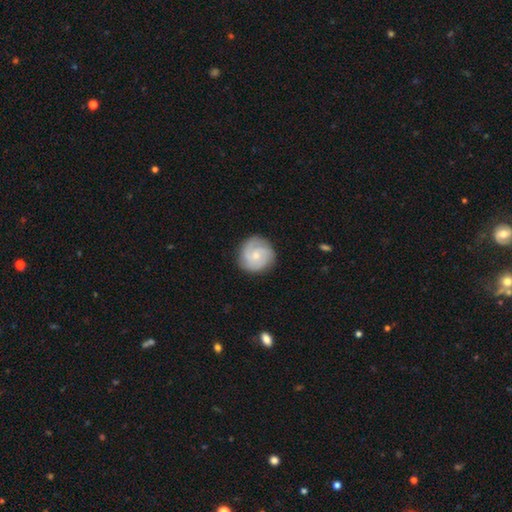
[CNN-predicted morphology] type=featured or disk (70%); edge-on=no (98%); bar=no (68%); spiral arms=yes (95%); winding=tight (53%); arm count=3 (44%); bulge=small (63%); merging=none (84%).